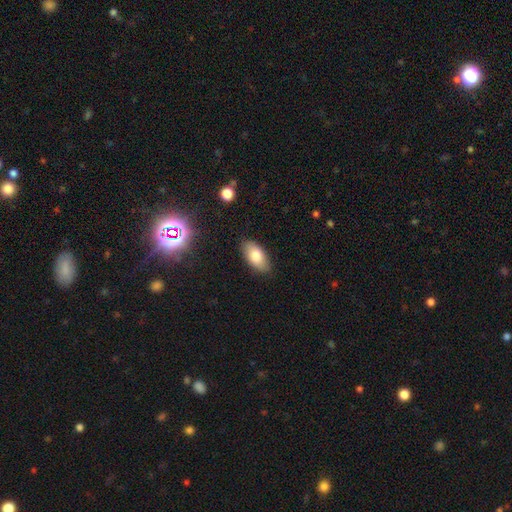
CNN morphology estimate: Smooth or featured?
  - smooth: 80% *
  - featured or disk: 12%
  - star or artifact: 8%
How rounded?
  - in between: 92% *
  - cigar-shaped: 5%
  - round: 3%
Merging?
  - none: 85% *
  - minor disturbance: 12%
  - major disturbance: 2%
  - merger: 1%